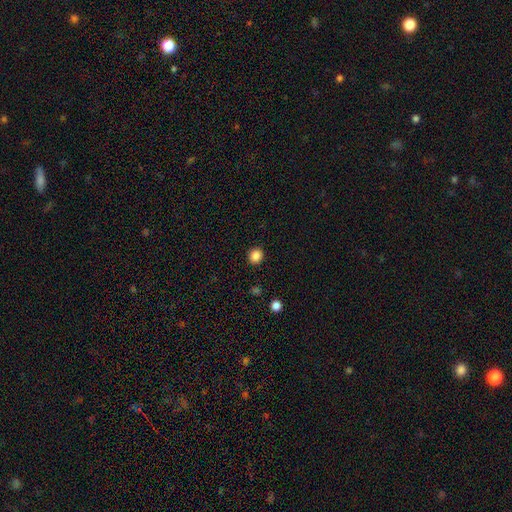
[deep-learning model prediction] smooth 86%, star or artifact 11%, featured or disk 4%. Down the decision tree: how rounded — round (86%); merging — none (92%).